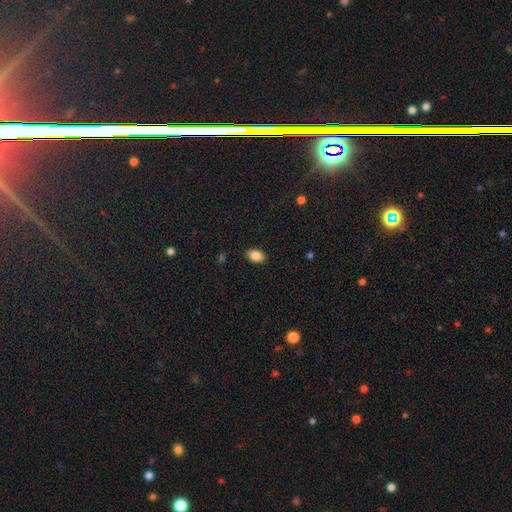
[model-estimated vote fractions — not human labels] Smooth or featured? smooth (86%)
How rounded? in between (88%)
Merging? none (88%)